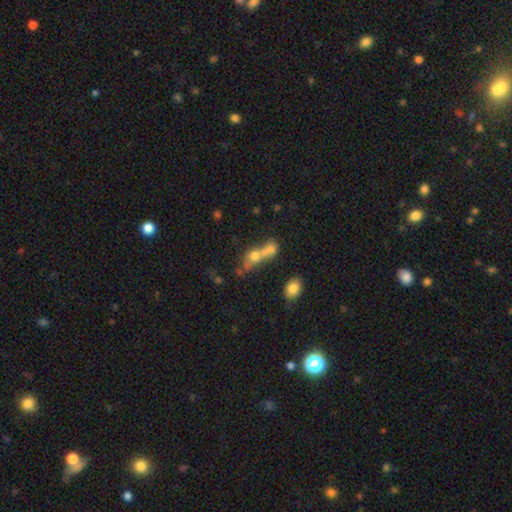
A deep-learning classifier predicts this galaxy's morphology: This is possibly a smooth galaxy (55%). How rounded: possibly in between (45%). Merging: likely merger (62%).